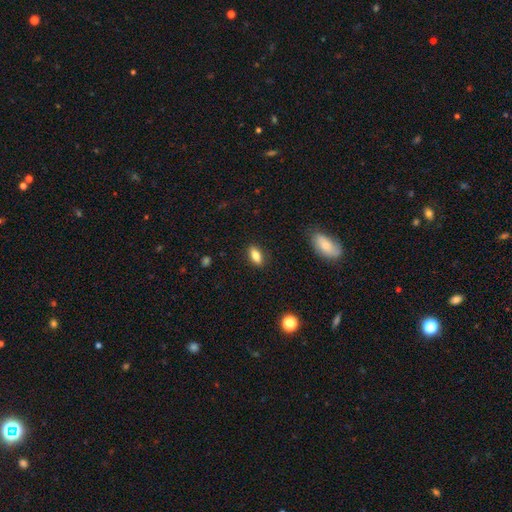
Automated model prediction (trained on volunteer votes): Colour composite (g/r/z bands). It shows a smooth galaxy with no disk features (78%) that is in between round and cigar-shaped (78%). Merging: none (88%).